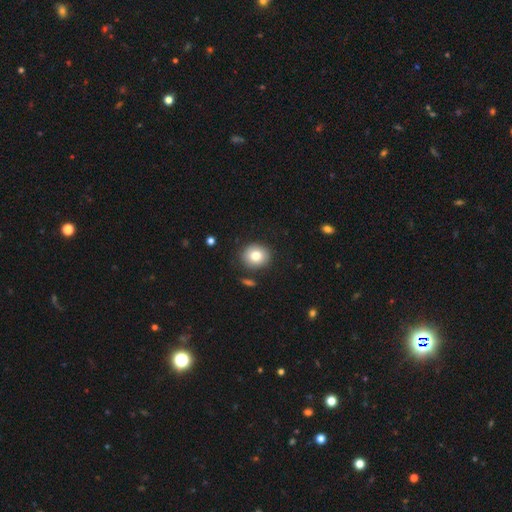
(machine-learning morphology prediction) A smooth galaxy with no disk features (81%) that is round (77%). Merging: none (85%).